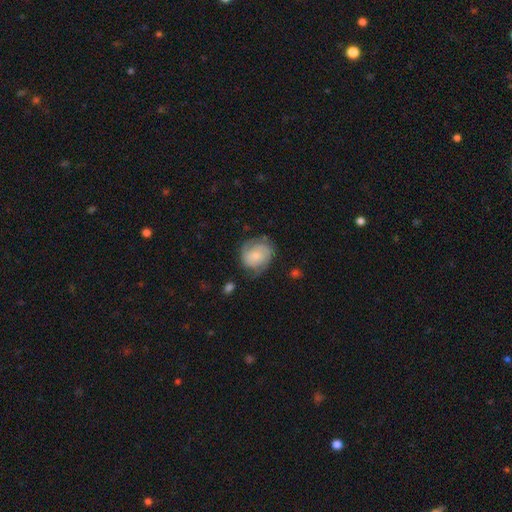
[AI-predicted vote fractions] This is likely a featured or disk galaxy (65%). It is clearly not viewed edge-on (98%). Bar: likely no (71%). Spiral arm pattern: clearly yes (91%). Spiral arm count: likely 2 (65%). Spiral winding: possibly tight (56%). Central bulge: possibly small (56%). Merging: likely none (63%).